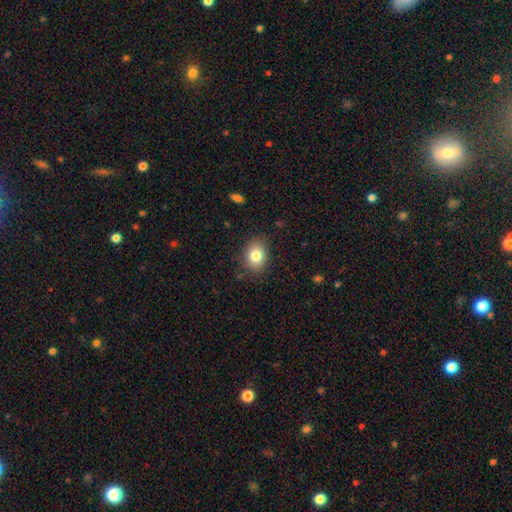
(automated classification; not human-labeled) Overall: smooth (81%). How rounded: in between (56%; round 43%). Merging: none (84%).